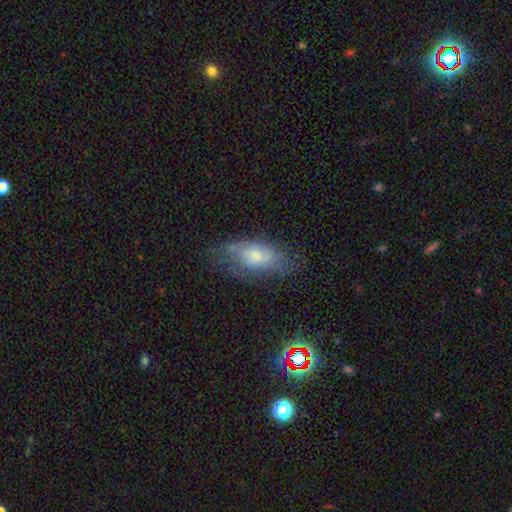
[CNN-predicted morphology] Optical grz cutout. It shows a smooth galaxy with no disk features (53%) that is in between round and cigar-shaped (85%). Merging: none (58%).